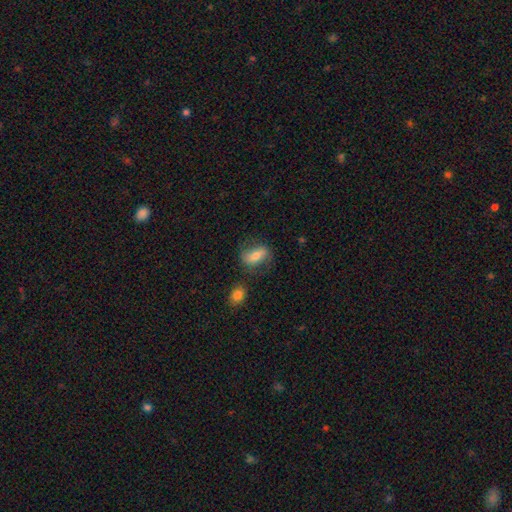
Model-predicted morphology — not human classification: smooth_or_featured: smooth (p=0.59) [alt: featured or disk p=0.33]
how_rounded: in between (p=0.80) [alt: round p=0.13]
merging: none (p=0.67) [alt: minor disturbance p=0.18]